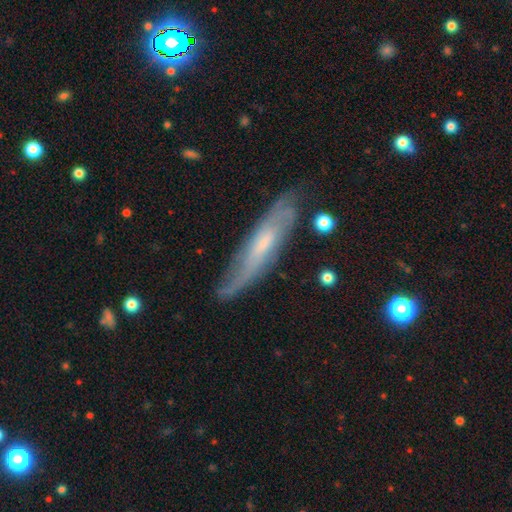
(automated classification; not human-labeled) Overall: featured or disk (65%; smooth 28%). Edge-on disk: no (54%; yes 46%). Merging: none (72%).